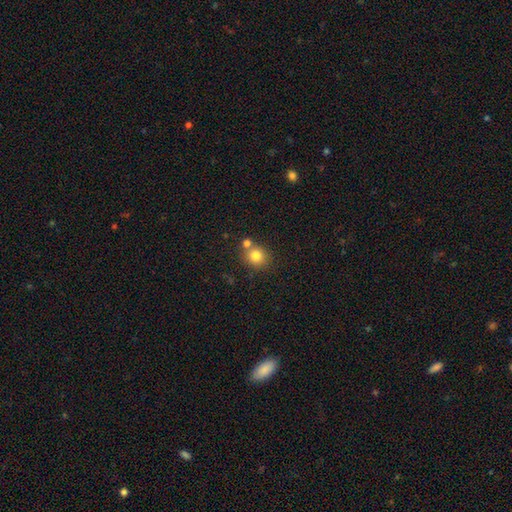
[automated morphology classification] type=smooth (80%); roundness=round (81%); merging=none (66%).